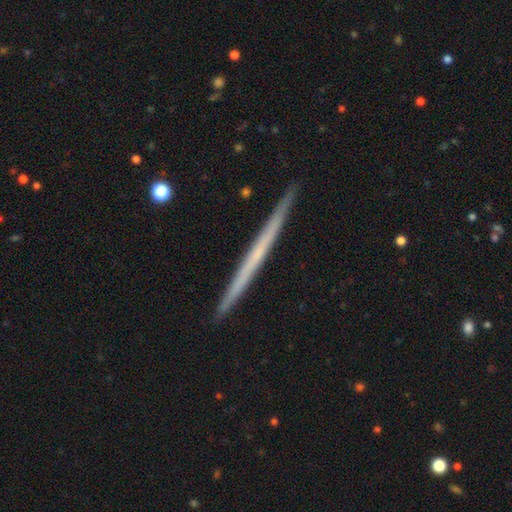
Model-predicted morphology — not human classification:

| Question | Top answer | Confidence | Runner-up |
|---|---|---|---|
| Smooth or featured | featured or disk | 61% | smooth (32%) |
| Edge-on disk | yes | 98% | no (2%) |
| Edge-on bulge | none | 90% | rounded (7%) |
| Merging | none | 92% | minor disturbance (6%) |